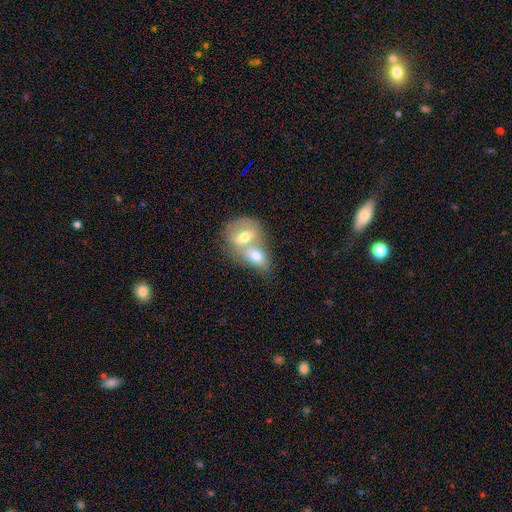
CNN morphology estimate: Q: Smooth or featured?
A: smooth (65%); runner-up: featured or disk (28%)
Q: How rounded?
A: in between (72%); runner-up: round (24%)
Q: Merging?
A: merger (71%); runner-up: none (20%)